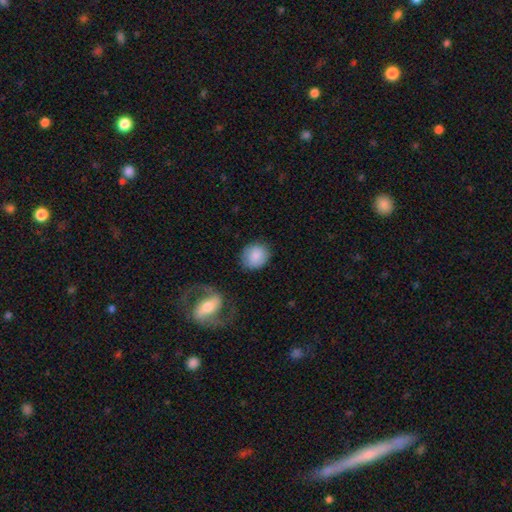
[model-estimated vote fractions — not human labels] The model was most divided on "how rounded": round: 71%, in between: 28%, cigar-shaped: 1%. More confident: smooth or featured — smooth (78%); merging — none (77%).